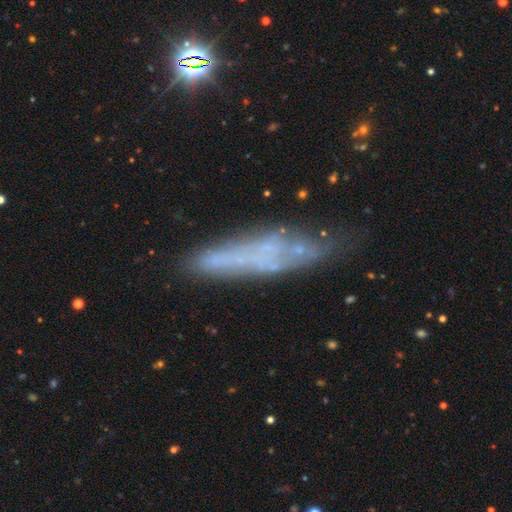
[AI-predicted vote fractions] smooth_or_featured: featured or disk (p=0.47) [alt: smooth p=0.38]
merging: none (p=0.61) [alt: minor disturbance p=0.23]